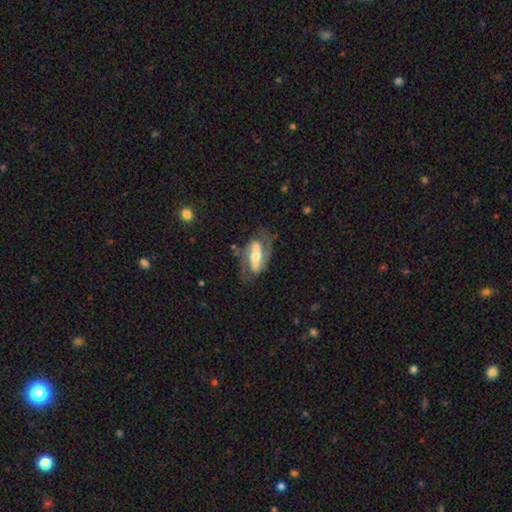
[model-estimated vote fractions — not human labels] Smooth or featured? Predicted: featured or disk (p=0.75). Edge-on disk? Predicted: no (p=0.87). Bar? Predicted: strong (p=0.62). Spiral arms? Predicted: yes (p=0.80). Spiral winding? Predicted: medium (p=0.46). Spiral arm count? Predicted: 2 (p=0.85). Bulge size? Predicted: moderate (p=0.58). Merging? Predicted: none (p=0.64).